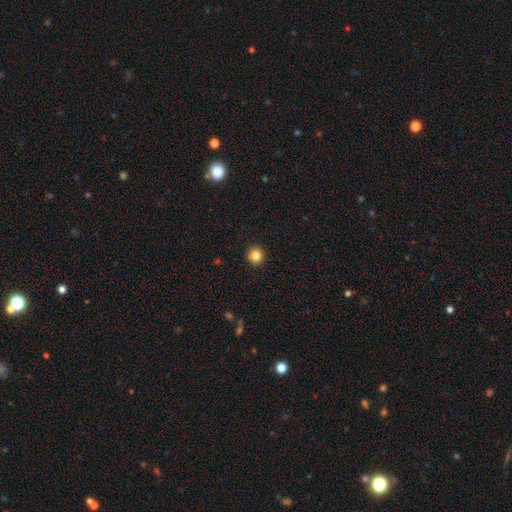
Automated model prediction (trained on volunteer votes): Smooth or featured: smooth — 85% (star or artifact — 11%)
How rounded: round — 91% (in between — 8%)
Merging: none — 93% (minor disturbance — 5%)